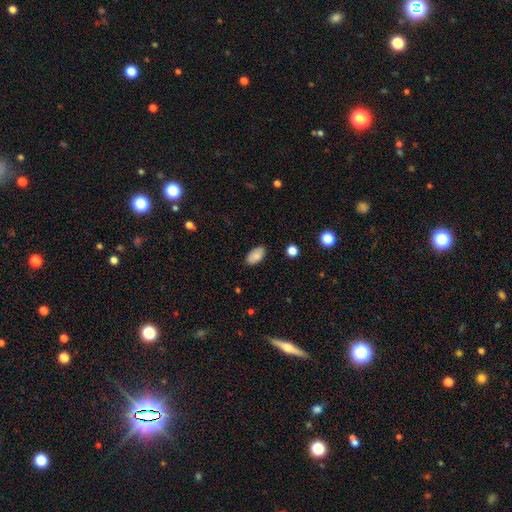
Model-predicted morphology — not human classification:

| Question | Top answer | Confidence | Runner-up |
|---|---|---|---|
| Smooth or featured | smooth | 86% | star or artifact (7%) |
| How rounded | in between | 94% | round (3%) |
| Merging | none | 87% | minor disturbance (10%) |